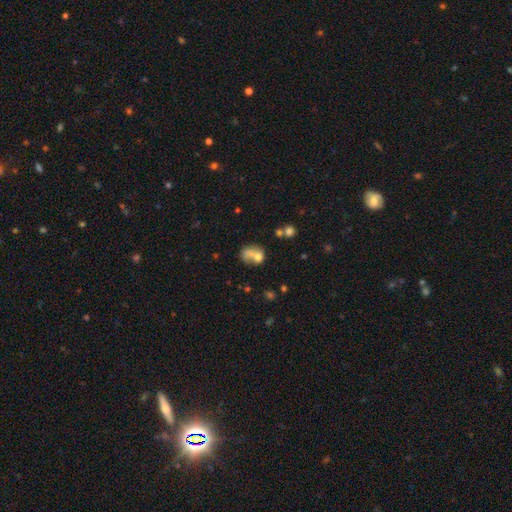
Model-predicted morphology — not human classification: This is likely a smooth galaxy (65%). How rounded: likely in between (60%). Merging: marginally merger (43%).